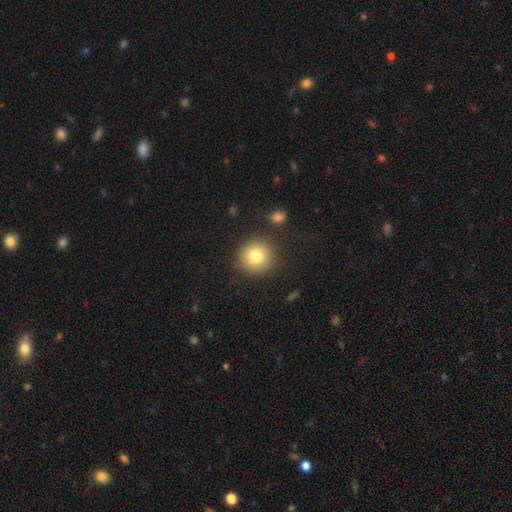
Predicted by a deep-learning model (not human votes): Smooth or featured: smooth — 80% (star or artifact — 11%)
How rounded: round — 93% (in between — 6%)
Merging: none — 86% (minor disturbance — 8%)